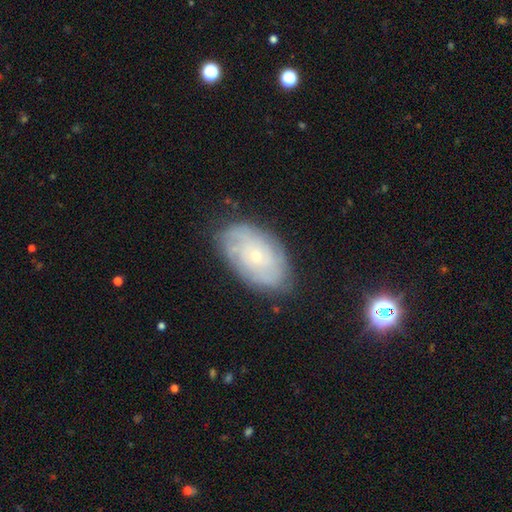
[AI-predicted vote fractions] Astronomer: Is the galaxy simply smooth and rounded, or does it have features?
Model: featured or disk — 65%.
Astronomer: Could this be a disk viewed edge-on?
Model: no — 94%.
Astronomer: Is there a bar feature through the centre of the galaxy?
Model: no — 84%.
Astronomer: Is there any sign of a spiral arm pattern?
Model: yes — 80%.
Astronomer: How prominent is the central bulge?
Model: small — 78%.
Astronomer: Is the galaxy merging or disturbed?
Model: none — 77%.